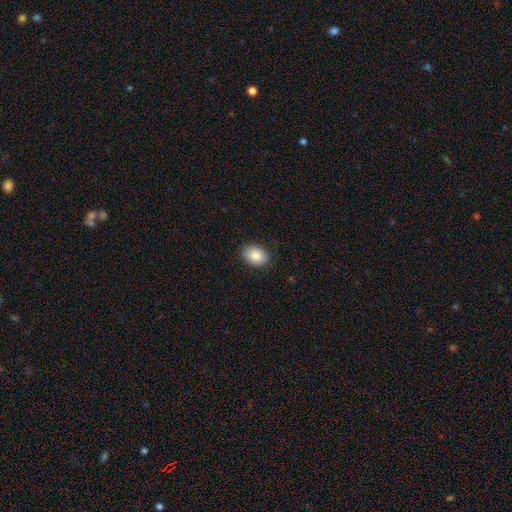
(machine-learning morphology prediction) This is clearly a smooth galaxy (86%). How rounded: likely in between (79%). Merging: clearly none (88%).